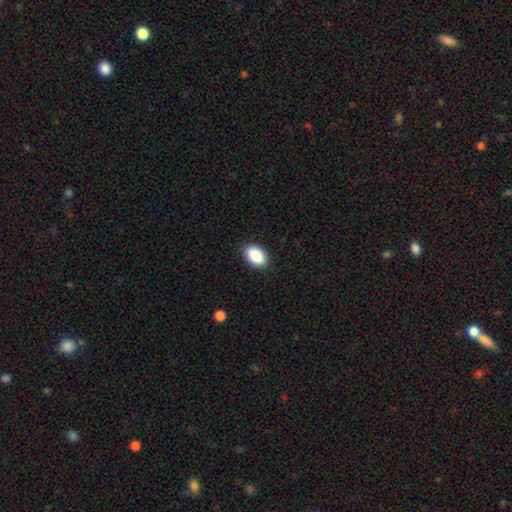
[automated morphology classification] This is clearly a smooth galaxy (89%). How rounded: clearly in between (91%). Merging: clearly none (90%).